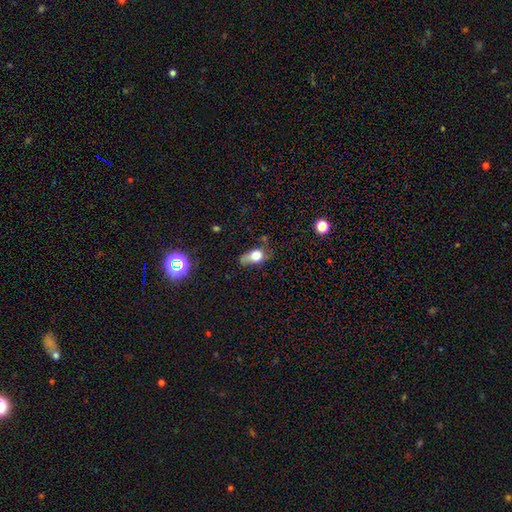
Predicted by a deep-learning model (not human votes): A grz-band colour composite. It shows a smooth galaxy with no disk features (72%) that is in between round and cigar-shaped (75%). Merging: minor disturbance (37%).